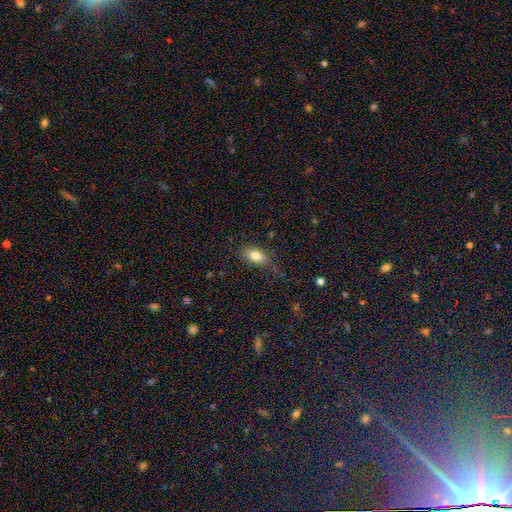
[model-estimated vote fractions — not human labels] Overall: smooth (80%). How rounded: in between (86%). Merging: none (72%).